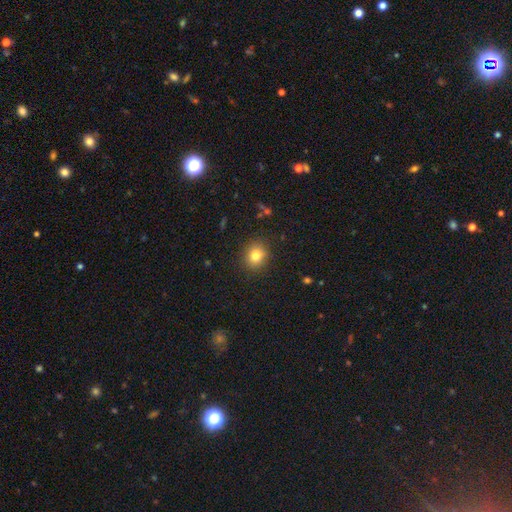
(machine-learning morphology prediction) smooth 80%, star or artifact 12%, featured or disk 8%. Down the decision tree: how rounded — round (77%); merging — none (89%).